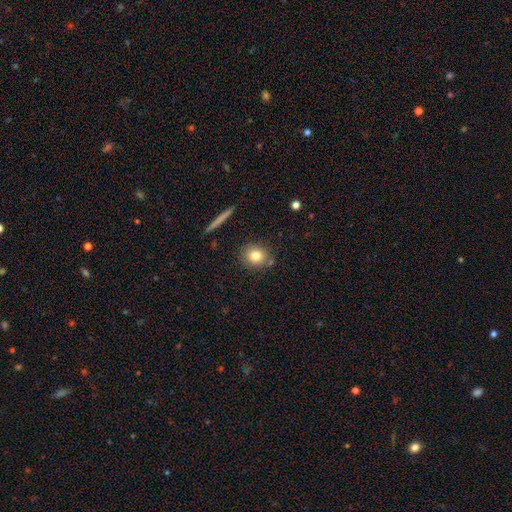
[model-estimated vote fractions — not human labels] Smooth or featured? smooth (78%)
How rounded? round (84%)
Merging? none (81%)